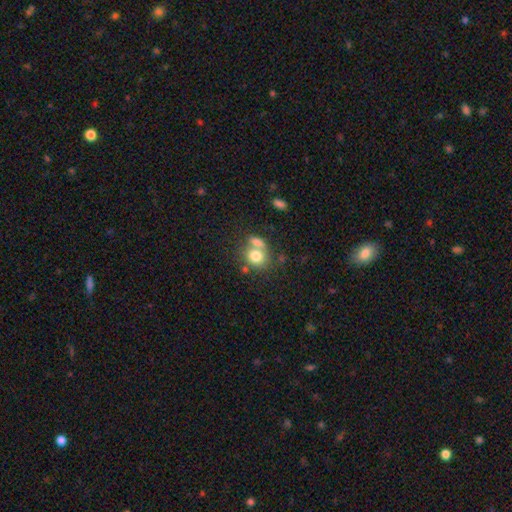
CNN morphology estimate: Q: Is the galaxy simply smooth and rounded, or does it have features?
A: smooth — 77%.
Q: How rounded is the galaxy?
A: round — 67%.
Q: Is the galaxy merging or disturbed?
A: merger — 45%.